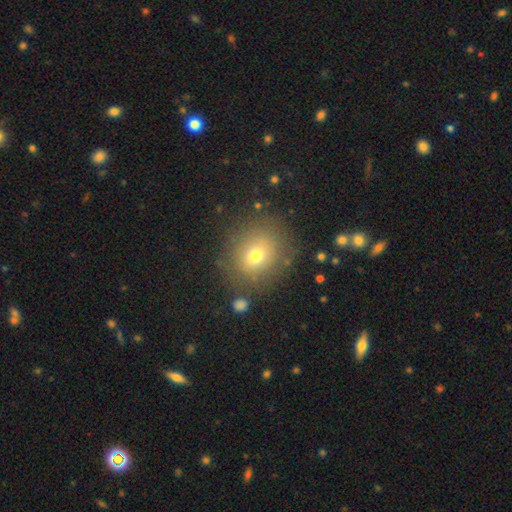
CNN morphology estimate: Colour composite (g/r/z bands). It shows a smooth galaxy with no disk features (69%) that is round (72%). Merging: none (81%).